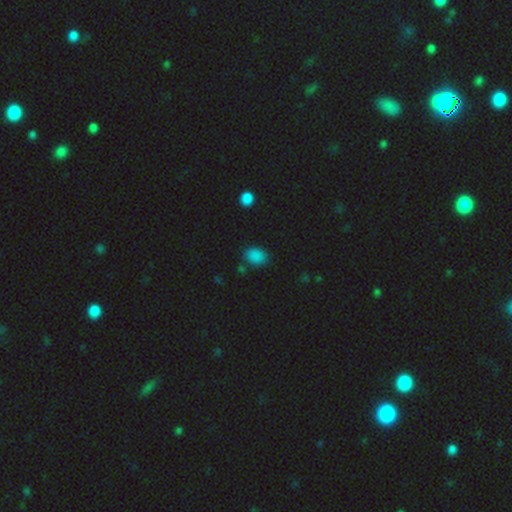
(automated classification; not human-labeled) smooth_or_featured: smooth (p=0.84) [alt: star or artifact p=0.13]
how_rounded: in between (p=0.68) [alt: round p=0.31]
merging: none (p=0.80) [alt: minor disturbance p=0.13]